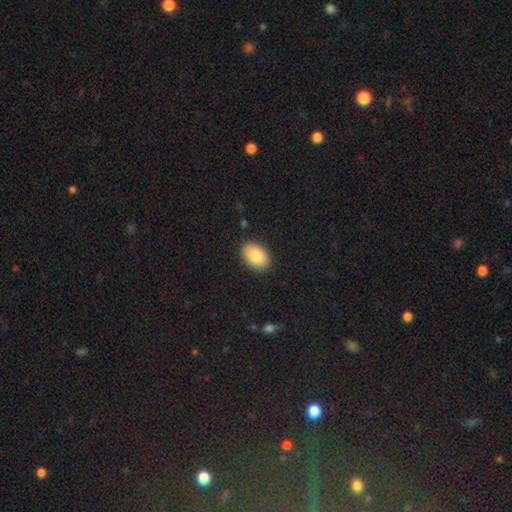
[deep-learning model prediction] Smooth or featured?
  - smooth: 87% *
  - star or artifact: 7%
  - featured or disk: 6%
How rounded?
  - in between: 86% *
  - round: 13%
  - cigar-shaped: 1%
Merging?
  - none: 88% *
  - minor disturbance: 9%
  - major disturbance: 2%
  - merger: 1%